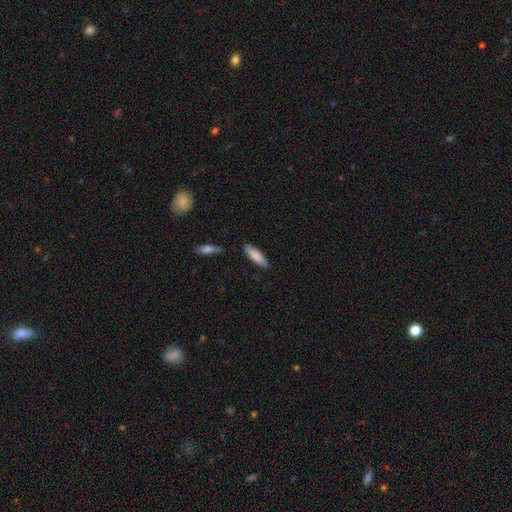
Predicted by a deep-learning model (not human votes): smooth-or-featured: smooth: 85% | featured or disk: 9% | star or artifact: 6%
  how-rounded: cigar-shaped: 56% | in between: 42% | round: 1%
  merging: none: 85% | minor disturbance: 10% | merger: 3% | major disturbance: 2%